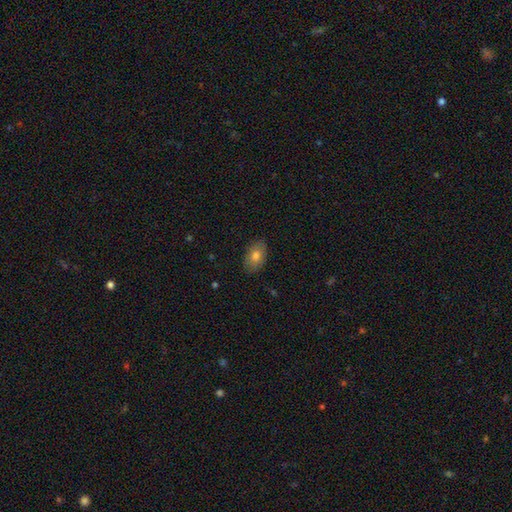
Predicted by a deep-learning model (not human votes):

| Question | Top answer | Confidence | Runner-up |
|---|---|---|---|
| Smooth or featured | smooth | 77% | featured or disk (15%) |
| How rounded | in between | 89% | round (9%) |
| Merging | none | 85% | minor disturbance (12%) |